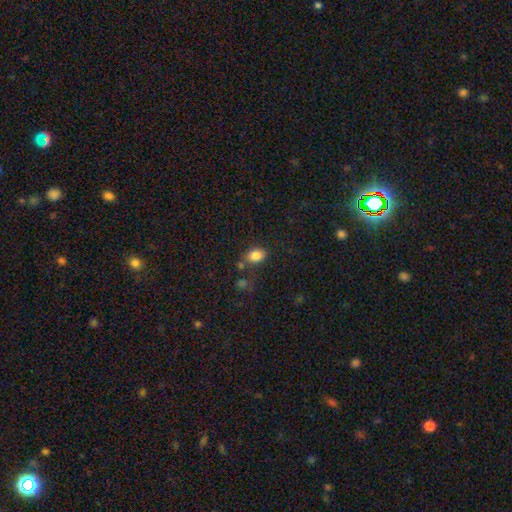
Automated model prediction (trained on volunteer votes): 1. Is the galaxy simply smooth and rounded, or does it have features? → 83% smooth, 10% star or artifact, 7% featured or disk.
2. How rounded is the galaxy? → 71% in between, 28% round, 1% cigar-shaped.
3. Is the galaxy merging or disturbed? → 69% none, 16% minor disturbance, 10% merger, 5% major disturbance.